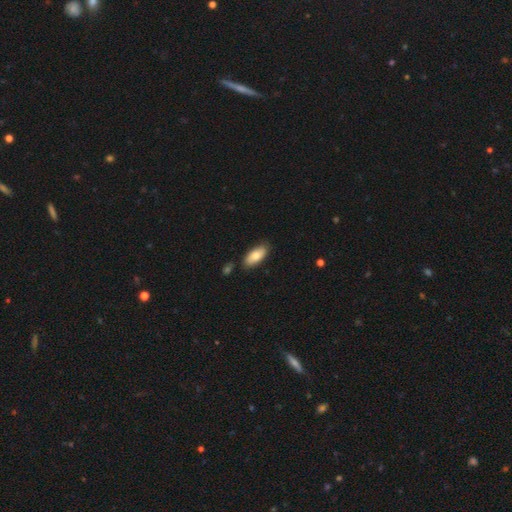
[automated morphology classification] smooth 79%, featured or disk 14%, star or artifact 6%. Down the decision tree: how rounded — in between (89%); merging — none (82%).